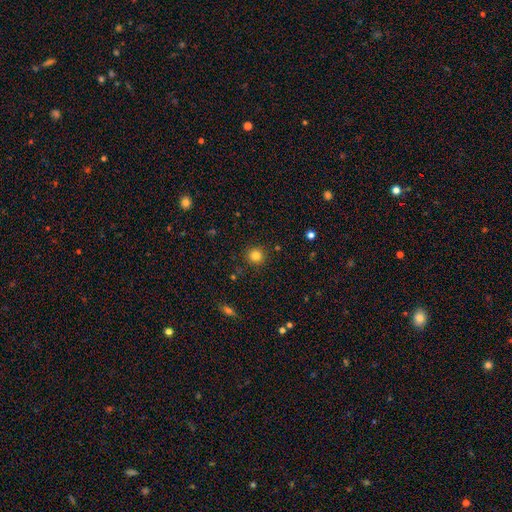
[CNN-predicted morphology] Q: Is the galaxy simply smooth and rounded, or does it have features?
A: smooth — 82%.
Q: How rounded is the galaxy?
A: round — 93%.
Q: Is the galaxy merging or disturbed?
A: none — 89%.